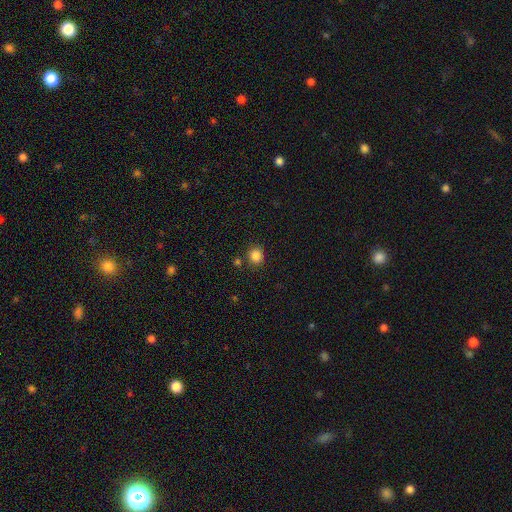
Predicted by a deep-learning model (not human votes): smooth_or_featured: smooth (p=0.84) [alt: star or artifact p=0.12]
how_rounded: round (p=0.84) [alt: in between p=0.16]
merging: none (p=0.84) [alt: minor disturbance p=0.08]